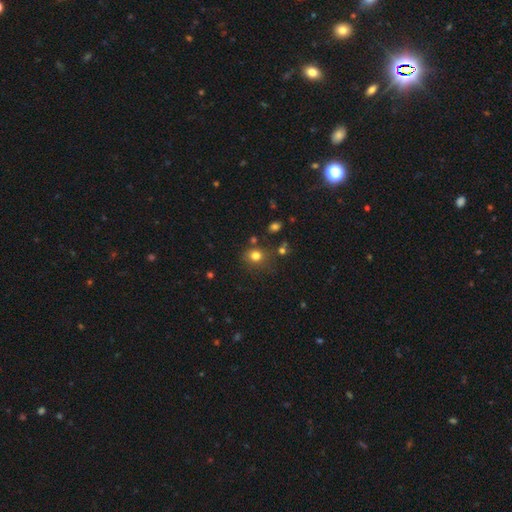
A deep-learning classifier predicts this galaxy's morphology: smooth_or_featured: smooth (p=0.77) [alt: star or artifact p=0.15]
how_rounded: round (p=0.75) [alt: in between p=0.24]
merging: none (p=0.72) [alt: minor disturbance p=0.15]